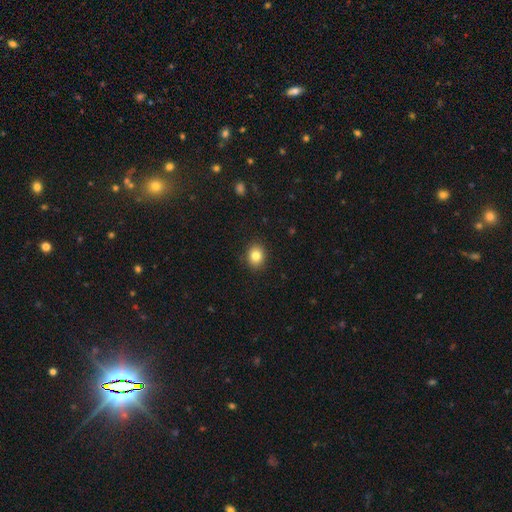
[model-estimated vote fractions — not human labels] Smooth or featured: smooth — 83% (star or artifact — 10%)
How rounded: round — 56% (in between — 43%)
Merging: none — 90% (minor disturbance — 7%)